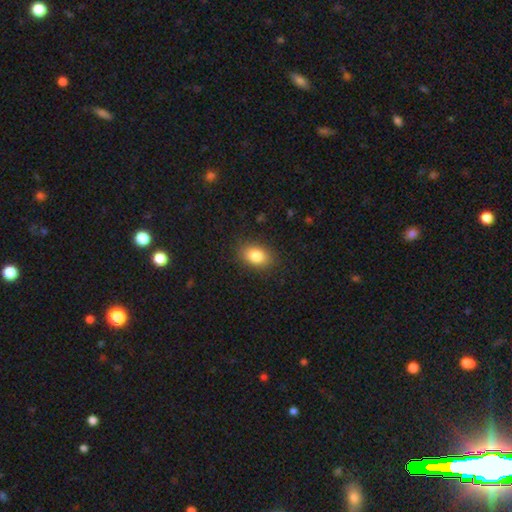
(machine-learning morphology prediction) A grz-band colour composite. It shows a smooth galaxy with no disk features (85%) that is in between round and cigar-shaped (82%). Merging: none (87%).